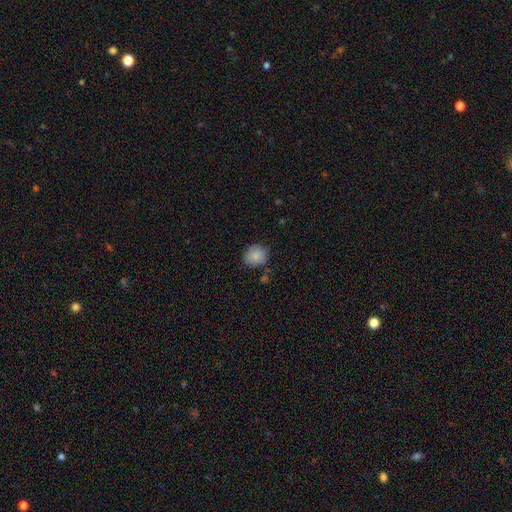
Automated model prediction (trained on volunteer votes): The model was most divided on "how rounded": round: 80%, in between: 19%, cigar-shaped: 1%. More confident: smooth or featured — smooth (86%); merging — none (81%).